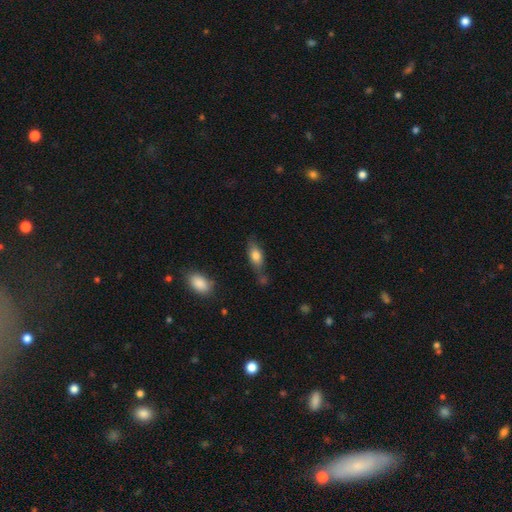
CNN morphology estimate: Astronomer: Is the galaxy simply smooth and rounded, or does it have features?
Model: smooth — 74%.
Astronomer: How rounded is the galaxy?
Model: in between — 77%.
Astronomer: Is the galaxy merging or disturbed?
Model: none — 60%.